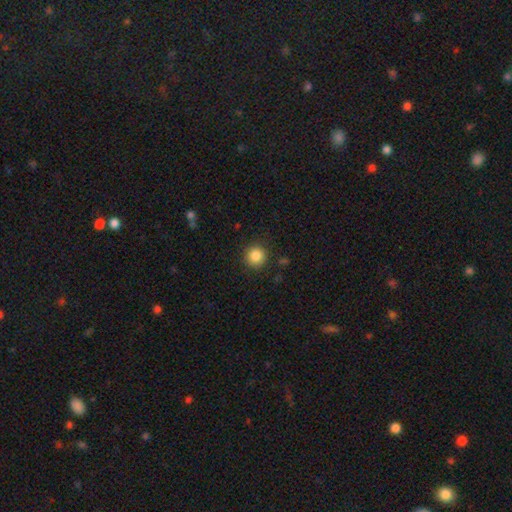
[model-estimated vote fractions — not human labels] Morphology: type=smooth (85%); roundness=round (94%); merging=none (89%).